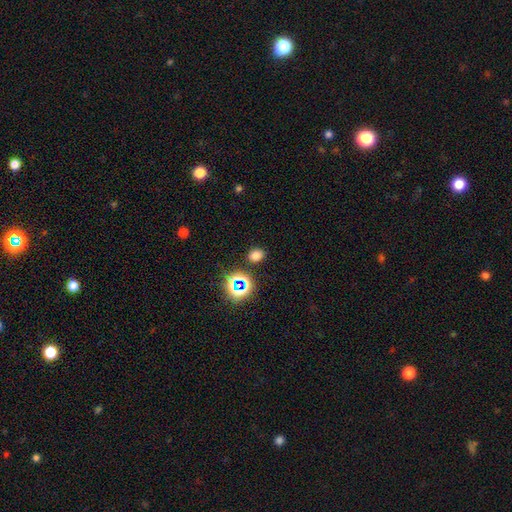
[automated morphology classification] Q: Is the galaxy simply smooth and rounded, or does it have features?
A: smooth — 70%.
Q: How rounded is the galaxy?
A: round — 50%.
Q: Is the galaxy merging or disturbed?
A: none — 85%.